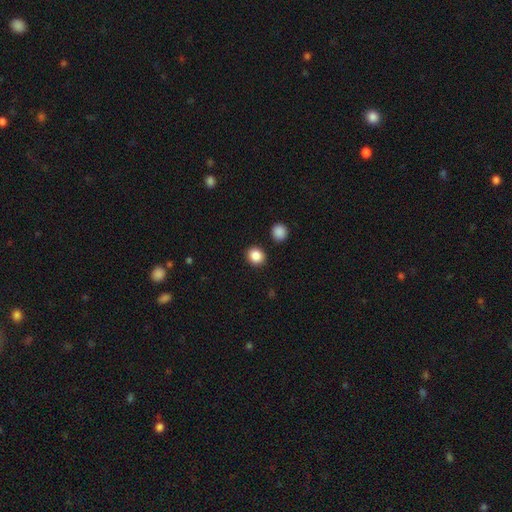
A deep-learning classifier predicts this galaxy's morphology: A smooth galaxy with no disk features (87%) that is round (78%). Merging: none (89%).